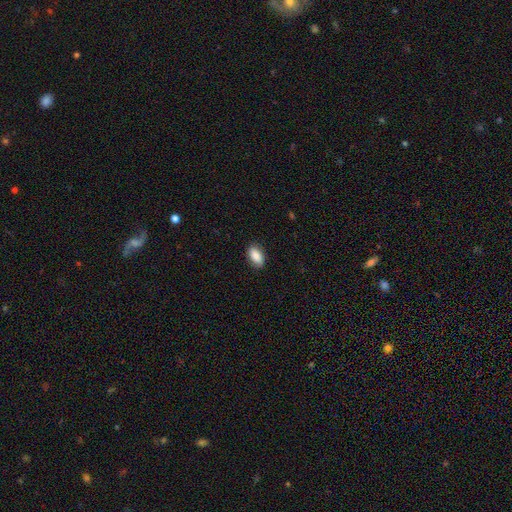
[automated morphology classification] Smooth or featured?
  - smooth: 87% *
  - star or artifact: 7%
  - featured or disk: 7%
How rounded?
  - in between: 92% *
  - round: 5%
  - cigar-shaped: 4%
Merging?
  - none: 86% *
  - minor disturbance: 11%
  - major disturbance: 2%
  - merger: 1%